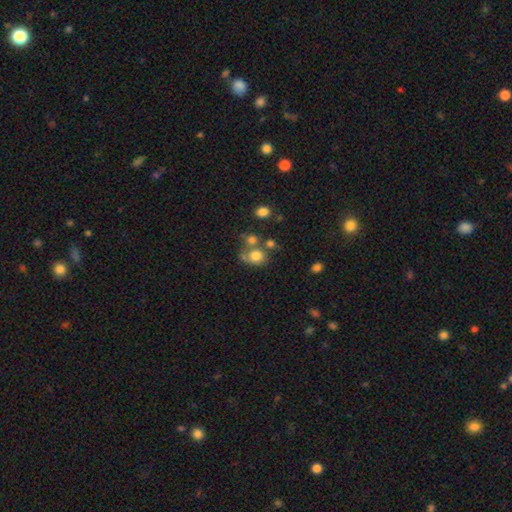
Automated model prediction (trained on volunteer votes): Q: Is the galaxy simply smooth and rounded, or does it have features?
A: smooth — 75%.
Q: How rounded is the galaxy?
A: round — 64%.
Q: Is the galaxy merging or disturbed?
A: none — 42%.